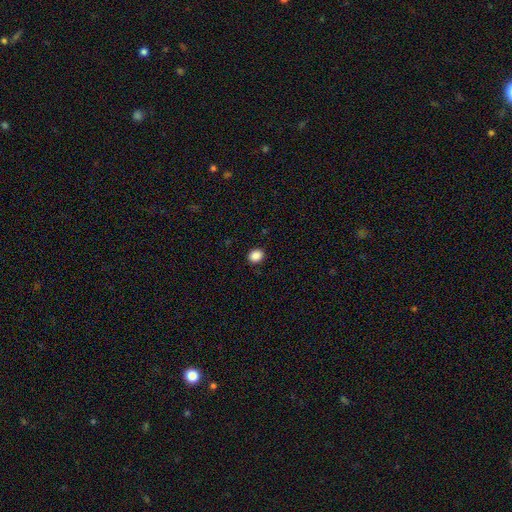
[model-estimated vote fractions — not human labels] smooth_or_featured: smooth (p=0.88) [alt: star or artifact p=0.10]
how_rounded: round (p=0.63) [alt: in between p=0.36]
merging: none (p=0.91) [alt: minor disturbance p=0.06]